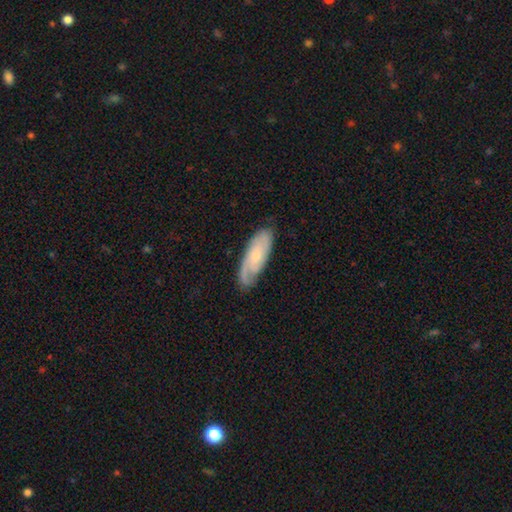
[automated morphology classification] This appears to be a featured or disk galaxy (63%) with no bar (73%), spiral arms (90%) and a small central bulge (64%). Merging: none (74%).